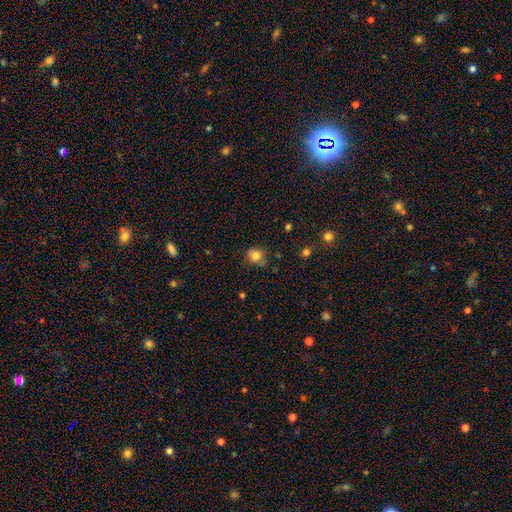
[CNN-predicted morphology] Smooth or featured?
  - smooth: 80% *
  - star or artifact: 11%
  - featured or disk: 9%
How rounded?
  - round: 66% *
  - in between: 33%
  - cigar-shaped: 1%
Merging?
  - none: 67% *
  - minor disturbance: 24%
  - major disturbance: 6%
  - merger: 3%